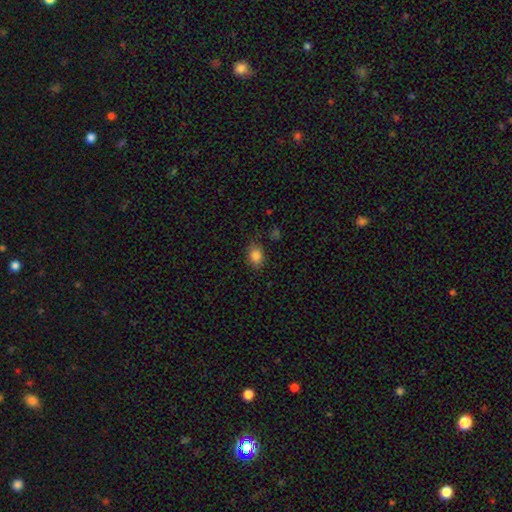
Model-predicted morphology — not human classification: Q: Smooth or featured?
A: smooth (84%); runner-up: star or artifact (10%)
Q: How rounded?
A: in between (70%); runner-up: round (28%)
Q: Merging?
A: none (81%); runner-up: minor disturbance (14%)